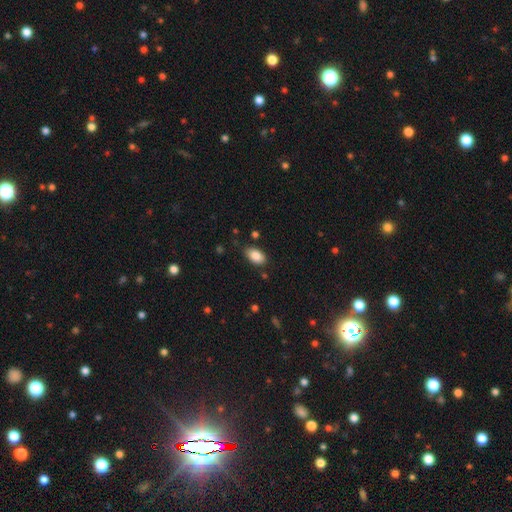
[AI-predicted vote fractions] Smooth or featured?
  - smooth: 87% *
  - star or artifact: 7%
  - featured or disk: 5%
How rounded?
  - in between: 93% *
  - round: 5%
  - cigar-shaped: 2%
Merging?
  - none: 81% *
  - minor disturbance: 15%
  - major disturbance: 3%
  - merger: 2%